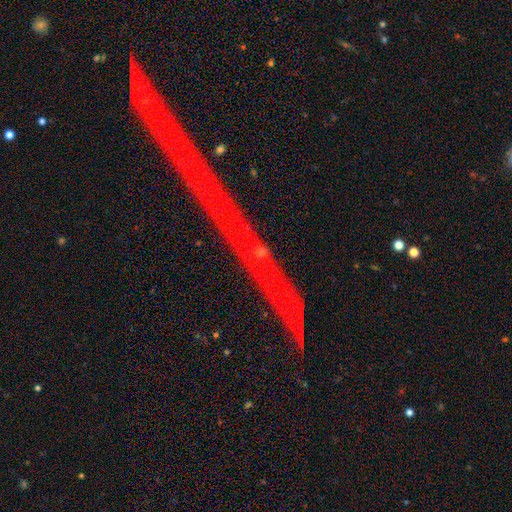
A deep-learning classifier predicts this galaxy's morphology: type=star or artifact (75%).